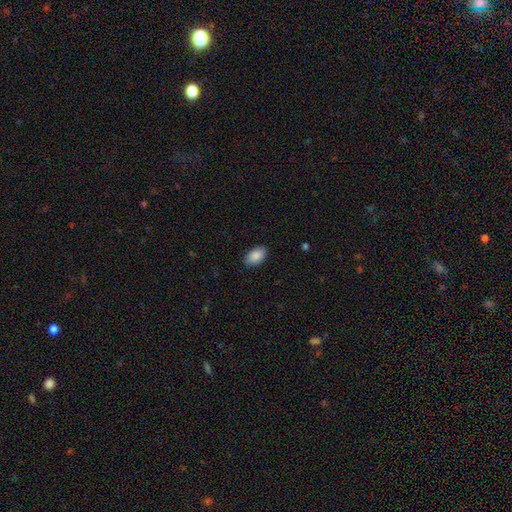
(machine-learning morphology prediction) smooth_or_featured: smooth (p=0.89) [alt: star or artifact p=0.07]
how_rounded: in between (p=0.94) [alt: round p=0.05]
merging: none (p=0.89) [alt: minor disturbance p=0.08]